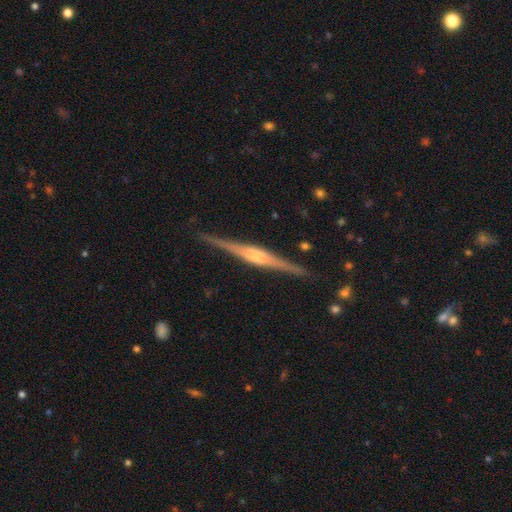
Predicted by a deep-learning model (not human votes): smooth_or_featured: featured or disk (p=0.84) [alt: smooth p=0.11]
disk_edge_on: yes (p=0.98) [alt: no p=0.02]
edge_on_bulge: rounded (p=0.60) [alt: boxy p=0.31]
merging: none (p=0.88) [alt: minor disturbance p=0.09]